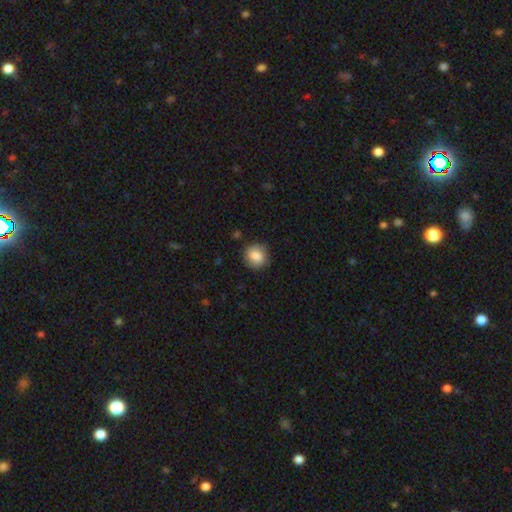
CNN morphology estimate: type=smooth (84%); roundness=round (85%); merging=none (84%).